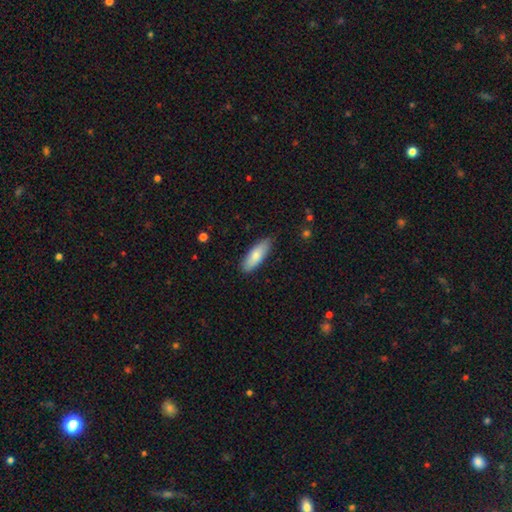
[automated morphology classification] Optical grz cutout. It shows a smooth galaxy with no disk features (79%) that is in between round and cigar-shaped (66%). Merging: none (84%).